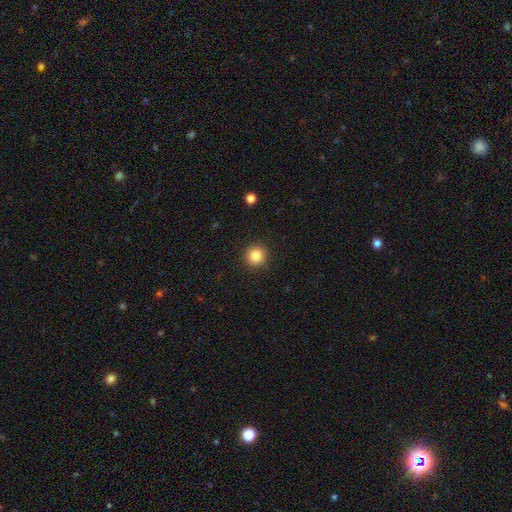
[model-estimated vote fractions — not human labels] The model was most divided on "smooth or featured": smooth: 84%, star or artifact: 11%, featured or disk: 5%. More confident: how rounded — round (95%); merging — none (92%).